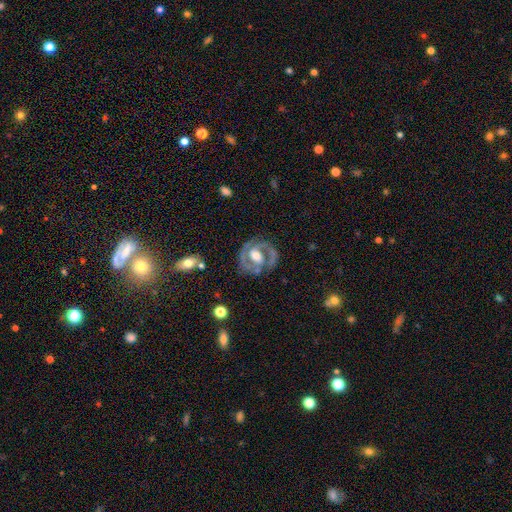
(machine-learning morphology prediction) smooth_or_featured: featured or disk (p=0.82) [alt: smooth p=0.13]
disk_edge_on: no (p=0.97) [alt: yes p=0.03]
bar: no (p=0.41) [alt: weak p=0.39]
has_spiral_arms: yes (p=0.82) [alt: no p=0.18]
spiral_winding: medium (p=0.46) [alt: tight p=0.41]
spiral_arm_count: 2 (p=0.80) [alt: 1 p=0.08]
bulge_size: moderate (p=0.53) [alt: large p=0.31]
merging: none (p=0.72) [alt: minor disturbance p=0.17]